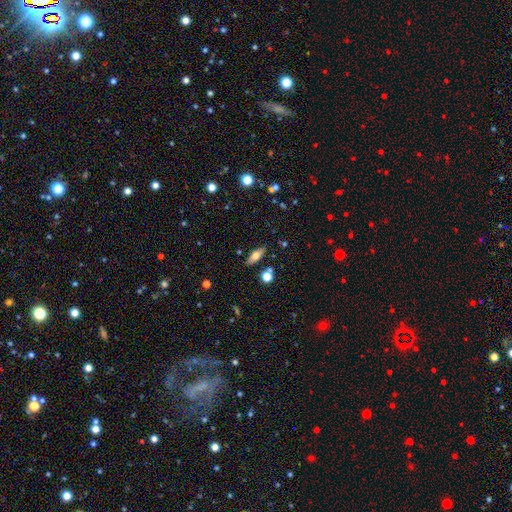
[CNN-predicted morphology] smooth-or-featured: smooth: 63% | featured or disk: 28% | star or artifact: 9%
  how-rounded: in between: 66% | cigar-shaped: 30% | round: 4%
  merging: none: 82% | minor disturbance: 10% | merger: 5% | major disturbance: 3%